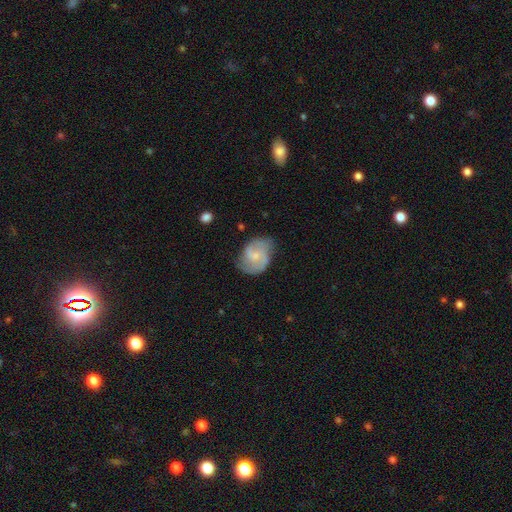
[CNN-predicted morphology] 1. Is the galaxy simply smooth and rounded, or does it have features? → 68% featured or disk, 26% smooth, 6% star or artifact.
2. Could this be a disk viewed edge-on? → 98% no, 2% yes.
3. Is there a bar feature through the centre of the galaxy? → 51% no, 43% weak, 6% strong.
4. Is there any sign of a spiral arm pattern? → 91% yes, 9% no.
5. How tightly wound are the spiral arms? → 50% medium, 28% loose, 22% tight.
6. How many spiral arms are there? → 73% 2, 12% can't tell, 8% 3, 3% 1, 2% 4, 2% more than 4.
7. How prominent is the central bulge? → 58% small, 26% moderate, 13% none, 2% large, 1% dominant.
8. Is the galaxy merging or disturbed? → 62% none, 26% minor disturbance, 9% major disturbance, 2% merger.